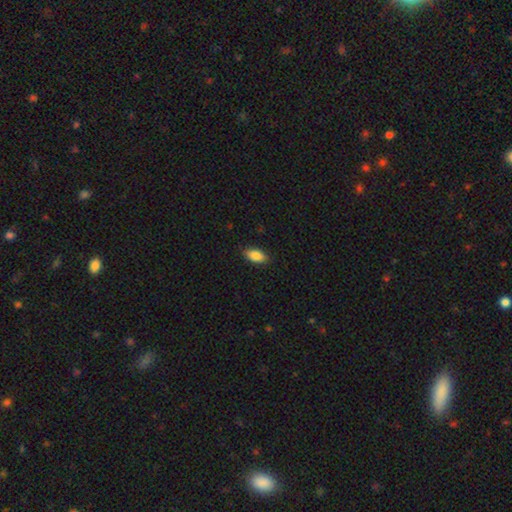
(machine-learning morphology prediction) smooth_or_featured: smooth (p=0.86) [alt: featured or disk p=0.07]
how_rounded: in between (p=0.89) [alt: cigar-shaped p=0.07]
merging: none (p=0.86) [alt: minor disturbance p=0.11]